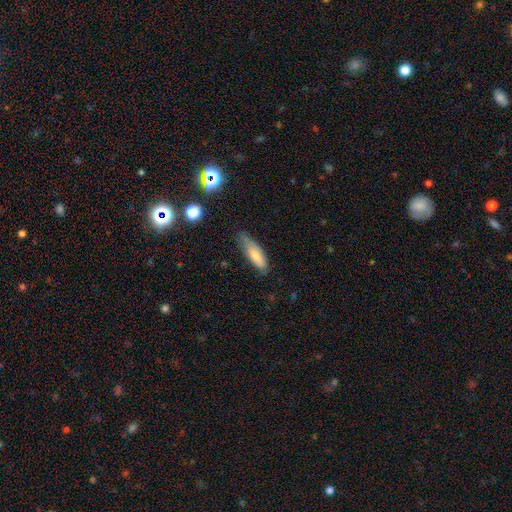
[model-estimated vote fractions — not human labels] Morphology: type=smooth (76%); roundness=in between (58%); merging=none (54%).